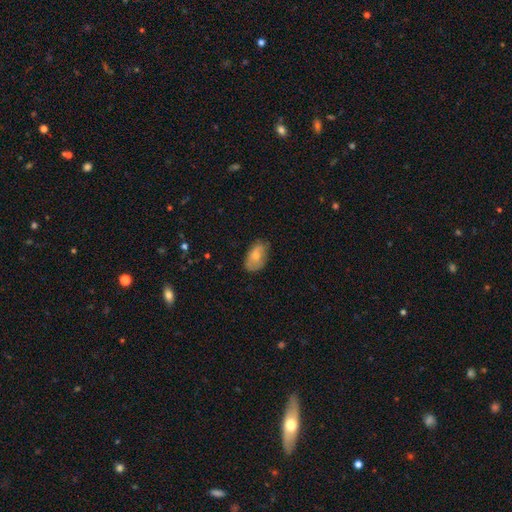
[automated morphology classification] type=smooth (69%); roundness=in between (92%); merging=none (65%).